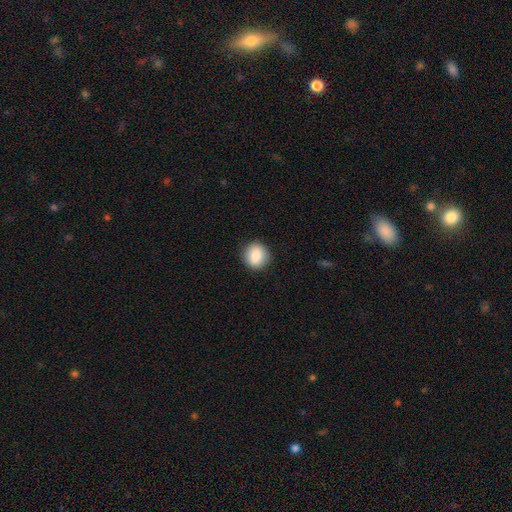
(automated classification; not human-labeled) A smooth galaxy with no disk features (87%) that is round (85%). Merging: none (89%).